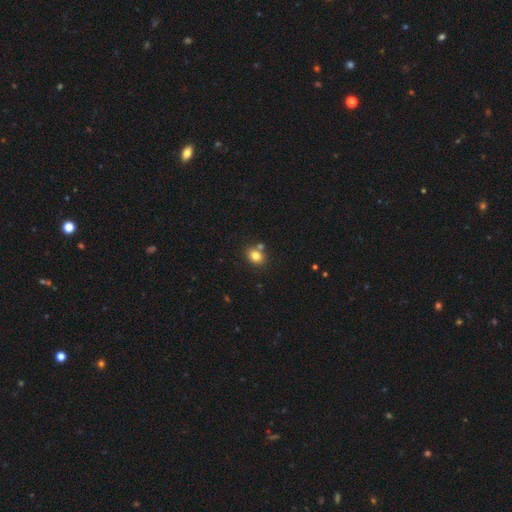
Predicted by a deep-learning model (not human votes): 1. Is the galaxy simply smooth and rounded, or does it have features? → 81% smooth, 12% star or artifact, 8% featured or disk.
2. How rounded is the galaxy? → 62% round, 37% in between, 1% cigar-shaped.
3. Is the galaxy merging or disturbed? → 71% none, 16% merger, 10% minor disturbance, 3% major disturbance.